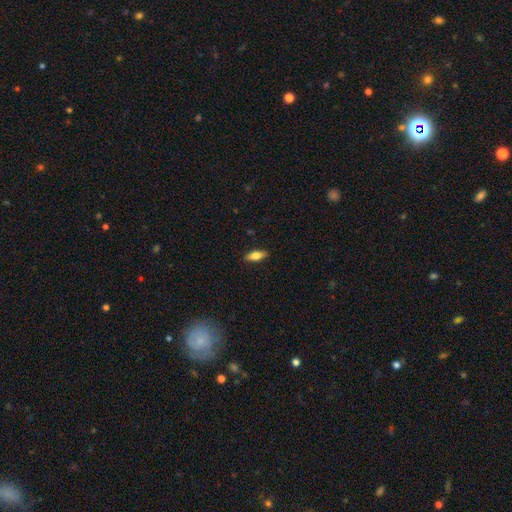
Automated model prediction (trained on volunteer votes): Morphology: type=smooth (70%); roundness=in between (69%); merging=none (88%).